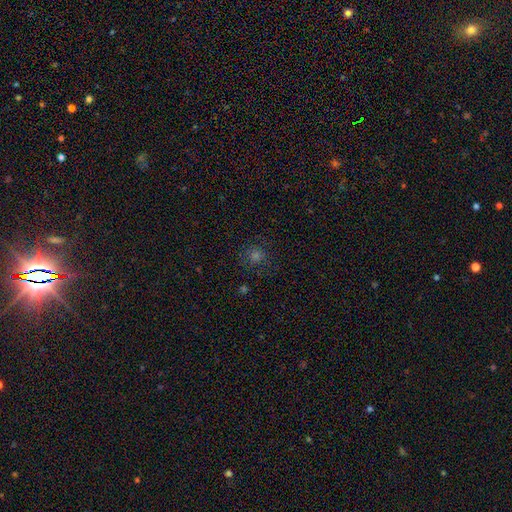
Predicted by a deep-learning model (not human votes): This is possibly a smooth galaxy (60%). How rounded: clearly round (92%). Merging: clearly none (84%).